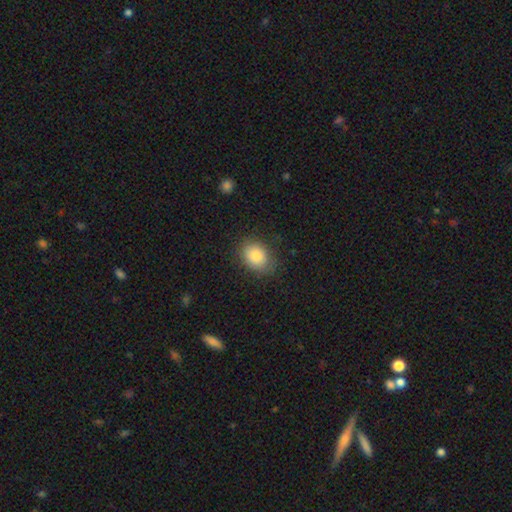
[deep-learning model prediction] A smooth galaxy with no disk features (82%) that is in between round and cigar-shaped (57%). Merging: none (80%).